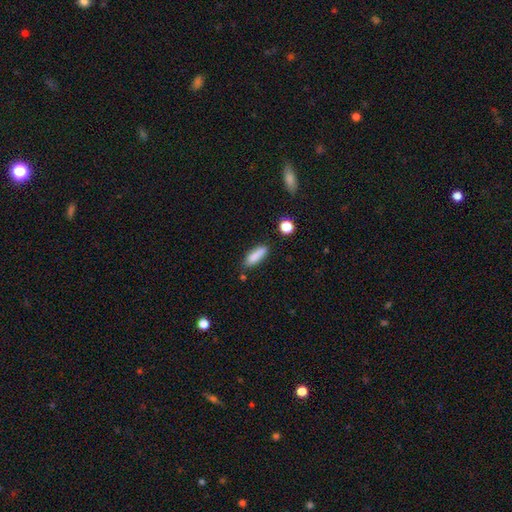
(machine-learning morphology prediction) The model was most divided on "how rounded": cigar-shaped: 54%, in between: 43%, round: 2%. More confident: smooth or featured — smooth (85%); merging — none (79%).